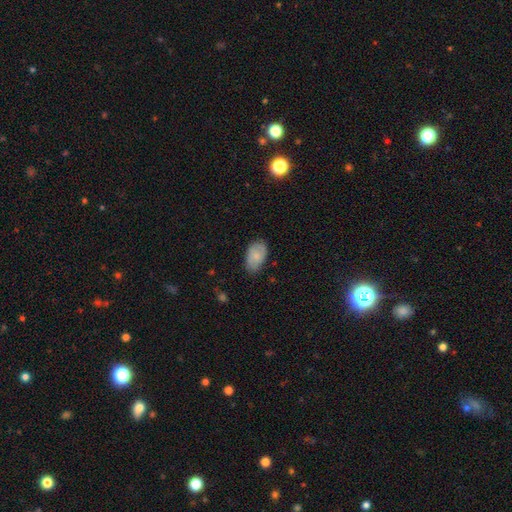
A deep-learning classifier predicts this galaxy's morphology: Overall: smooth (67%). How rounded: in between (92%). Merging: none (73%).